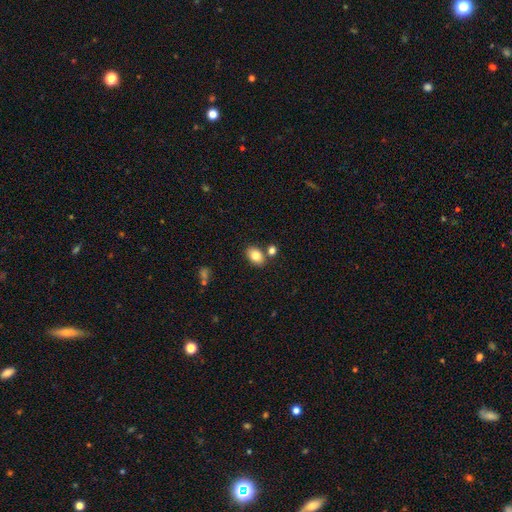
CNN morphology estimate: Smooth or featured? smooth (83%)
How rounded? in between (81%)
Merging? none (74%)